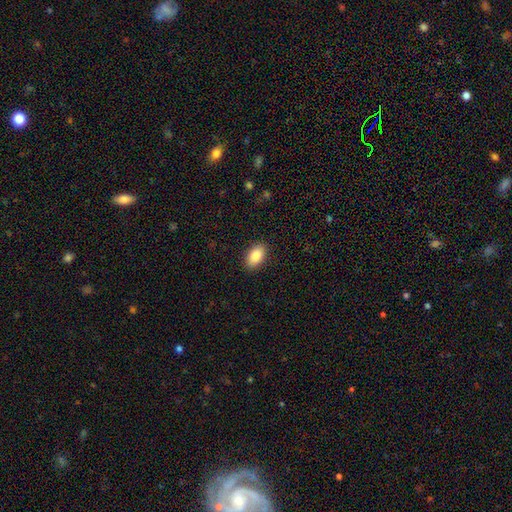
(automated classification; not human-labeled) Q: Smooth or featured?
A: smooth (86%); runner-up: featured or disk (7%)
Q: How rounded?
A: in between (92%); runner-up: round (6%)
Q: Merging?
A: none (90%); runner-up: minor disturbance (7%)